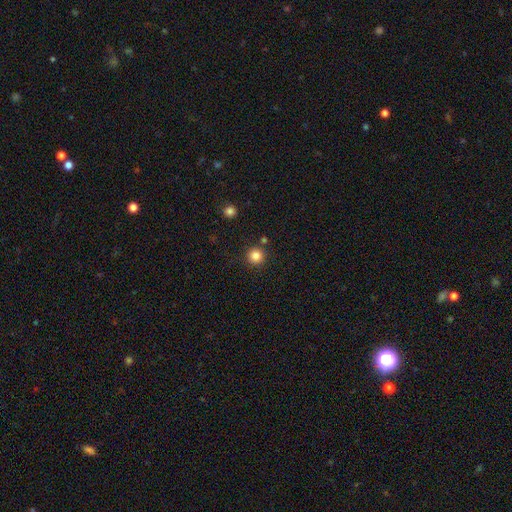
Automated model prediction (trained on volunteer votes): smooth 84%, star or artifact 11%, featured or disk 4%. Down the decision tree: how rounded — round (95%); merging — none (87%).